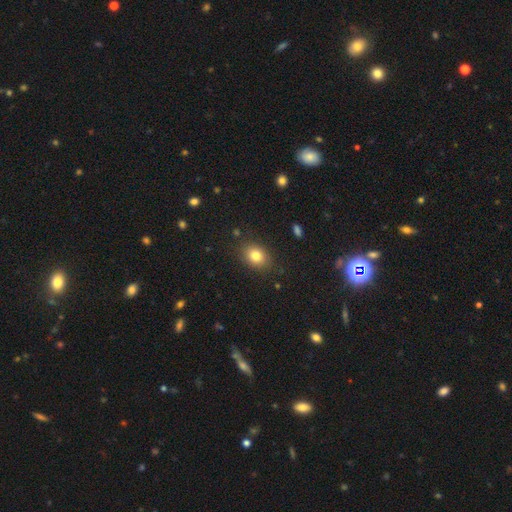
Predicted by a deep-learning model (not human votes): Smooth or featured? Predicted: smooth (p=0.81). How rounded? Predicted: in between (p=0.61). Merging? Predicted: none (p=0.85).